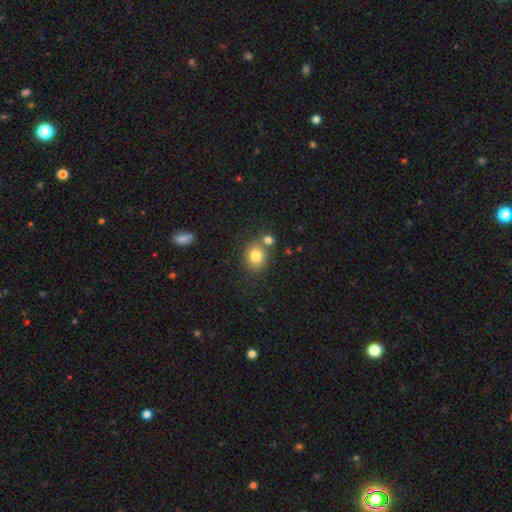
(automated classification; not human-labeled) The model was most divided on "how rounded": round: 69%, in between: 31%, cigar-shaped: 1%. More confident: smooth or featured — smooth (81%); merging — none (63%).